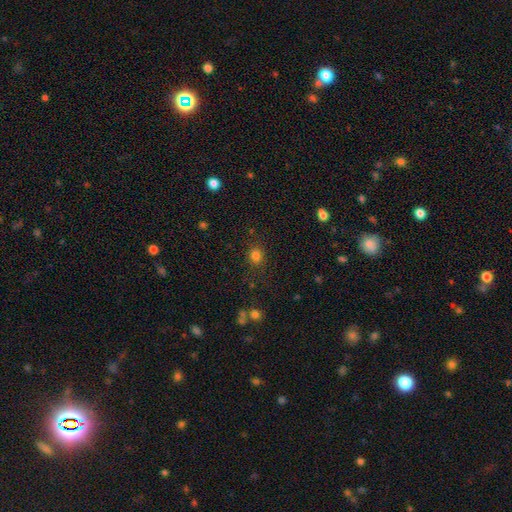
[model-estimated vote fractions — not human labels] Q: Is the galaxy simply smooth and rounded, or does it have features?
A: smooth — 80%.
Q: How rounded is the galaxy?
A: round — 77%.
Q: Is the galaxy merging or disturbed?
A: none — 85%.